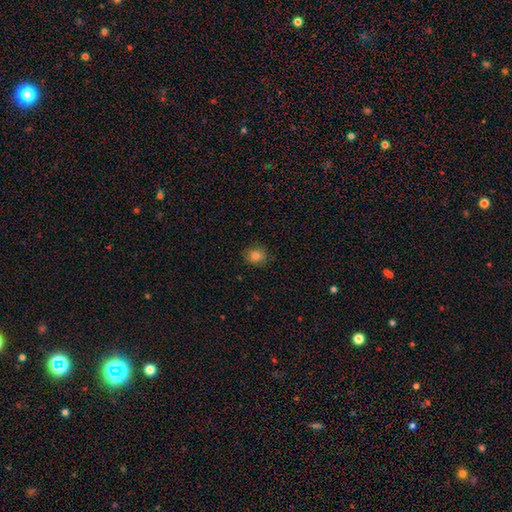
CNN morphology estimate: A smooth galaxy with no disk features (83%) that is round (58%). Merging: none (83%).